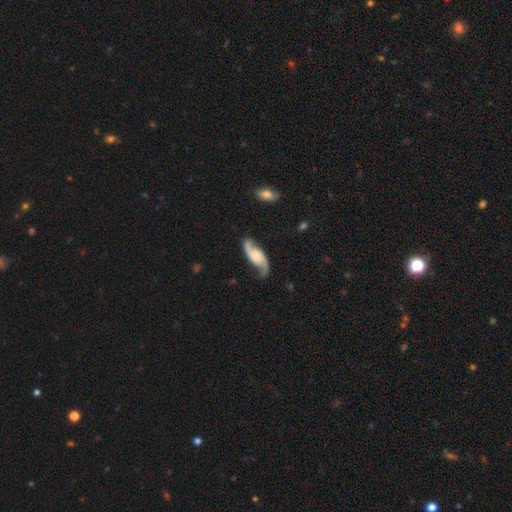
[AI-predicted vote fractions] Smooth or featured: featured or disk — 81% (smooth — 14%)
Edge-on disk: no — 94% (yes — 6%)
Bar: no — 60% (weak — 30%)
Spiral arms: yes — 96% (no — 4%)
Spiral winding: loose — 56% (medium — 33%)
Spiral arm count: 2 — 91% (can't tell — 3%)
Bulge size: small — 42% (moderate — 31%)
Merging: none — 71% (minor disturbance — 19%)